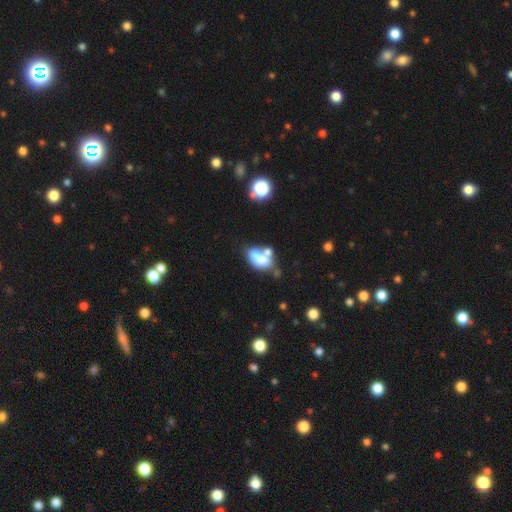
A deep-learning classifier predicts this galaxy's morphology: type=smooth (57%); roundness=in between (79%); merging=merger (57%).